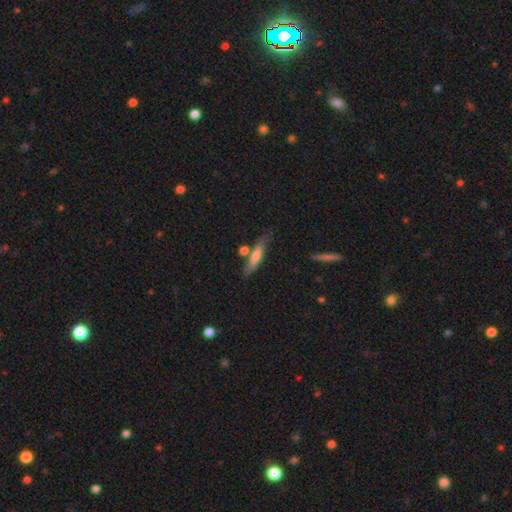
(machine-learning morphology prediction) type=smooth (61%); roundness=cigar-shaped (81%); merging=none (67%).